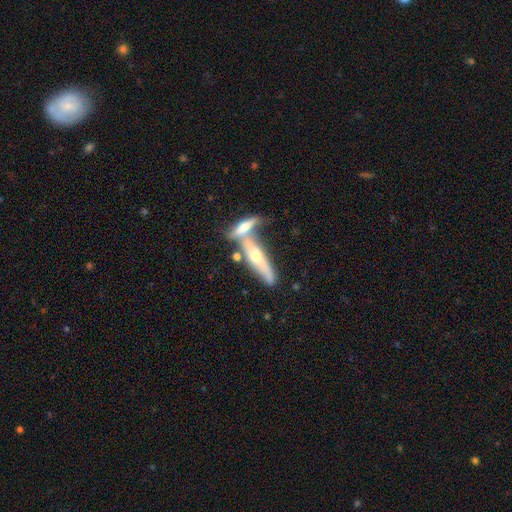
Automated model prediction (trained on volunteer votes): smooth-or-featured: featured or disk: 66% | smooth: 26% | star or artifact: 8%
  disk-edge-on: yes: 78% | no: 22%
    edge-on-bulge: rounded: 91% | none: 6% | boxy: 3%
  merging: merger: 49% | none: 35% | minor disturbance: 10% | major disturbance: 5%